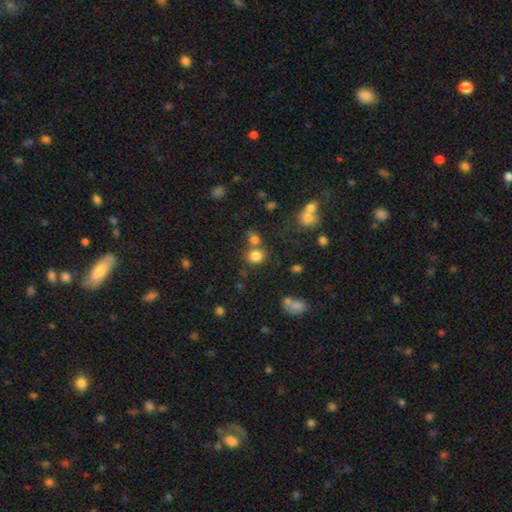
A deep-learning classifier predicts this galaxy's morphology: Overall: smooth (79%). How rounded: round (65%; in between 34%). Merging: none (60%; merger 25%).